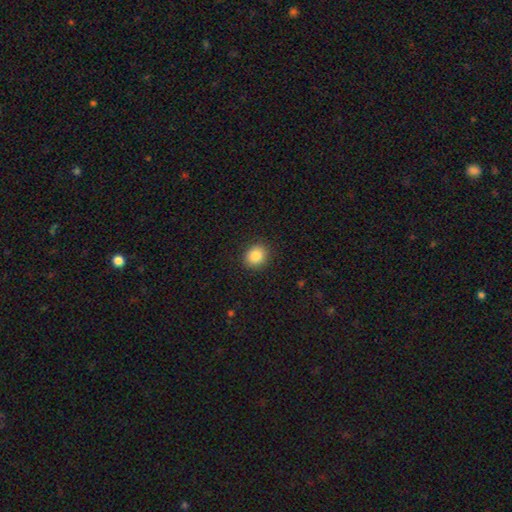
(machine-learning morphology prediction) Smooth or featured?
  - smooth: 86% *
  - star or artifact: 9%
  - featured or disk: 5%
How rounded?
  - round: 73% *
  - in between: 26%
  - cigar-shaped: 1%
Merging?
  - none: 90% *
  - minor disturbance: 7%
  - major disturbance: 2%
  - merger: 1%